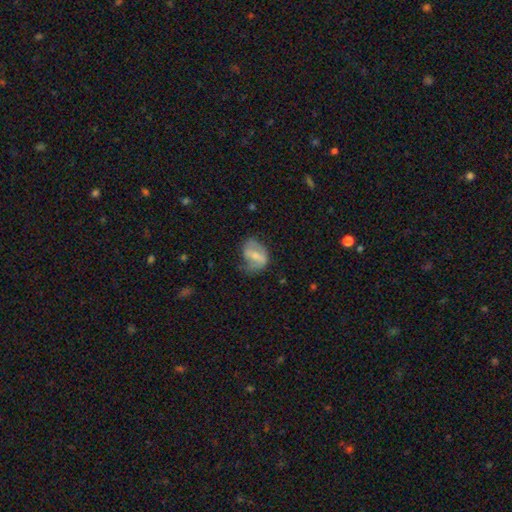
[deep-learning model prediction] A featured or disk galaxy (49%). Merging: none (45%).